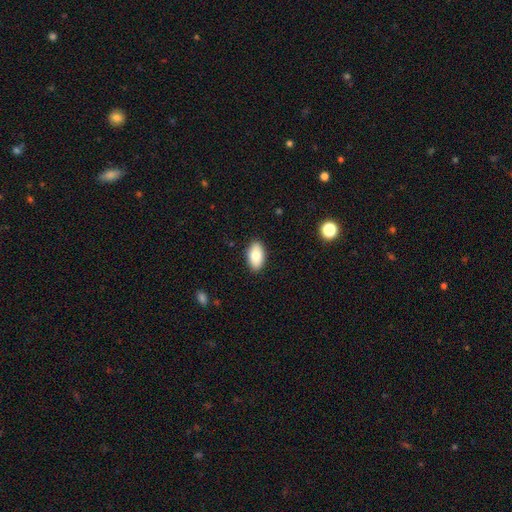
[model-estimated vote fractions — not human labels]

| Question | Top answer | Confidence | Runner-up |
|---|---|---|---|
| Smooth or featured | smooth | 82% | featured or disk (11%) |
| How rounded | in between | 94% | round (4%) |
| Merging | none | 89% | minor disturbance (8%) |